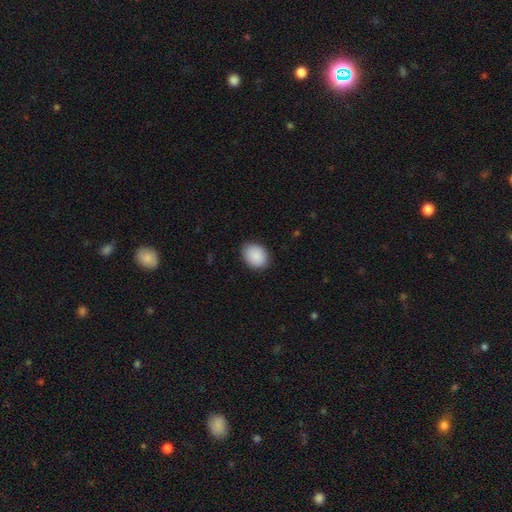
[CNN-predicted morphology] A smooth galaxy with no disk features (90%) that is in between round and cigar-shaped (64%). Merging: none (86%).